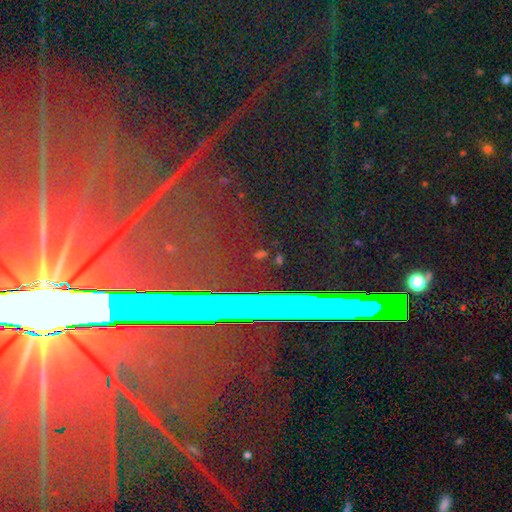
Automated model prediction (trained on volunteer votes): A star or artifact, not a galaxy (81%).